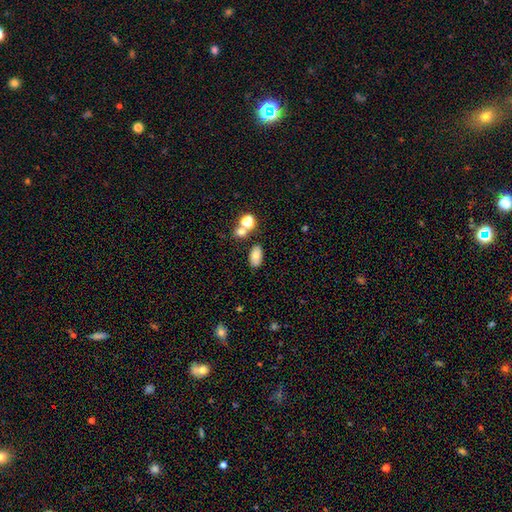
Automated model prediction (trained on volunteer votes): smooth 78%, featured or disk 11%, star or artifact 11%. Down the decision tree: how rounded — in between (90%); merging — none (75%).